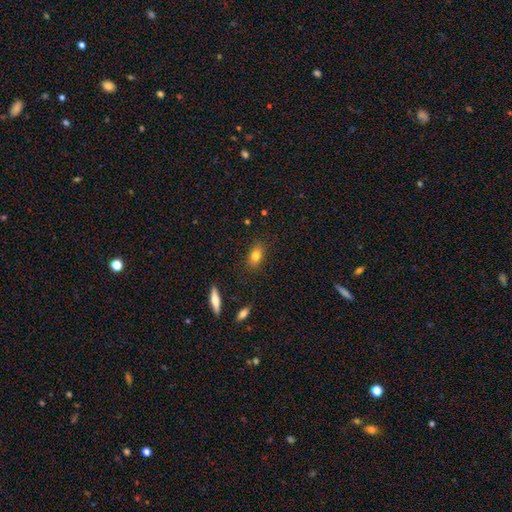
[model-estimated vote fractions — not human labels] Overall: smooth (80%). How rounded: in between (78%). Merging: none (84%).